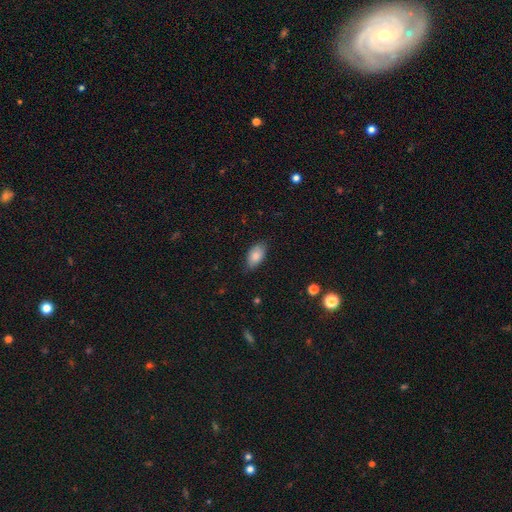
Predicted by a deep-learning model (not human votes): Q: Smooth or featured?
A: smooth (85%); runner-up: featured or disk (8%)
Q: How rounded?
A: in between (93%); runner-up: round (4%)
Q: Merging?
A: none (79%); runner-up: minor disturbance (17%)